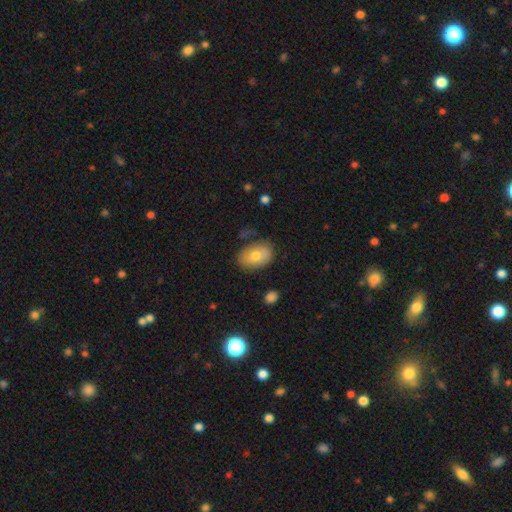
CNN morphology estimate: Overall: smooth (74%). How rounded: in between (82%). Merging: none (74%).